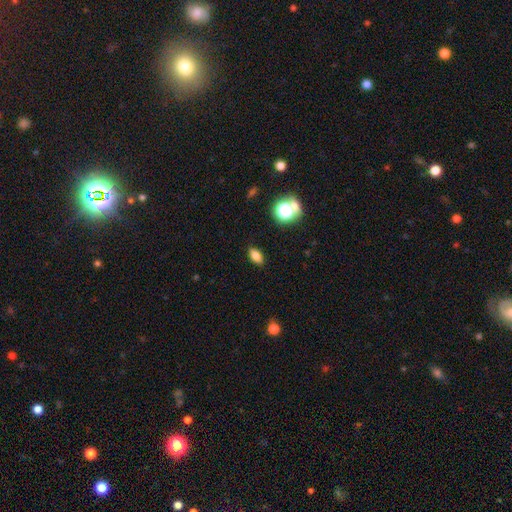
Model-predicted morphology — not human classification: smooth_or_featured: smooth (p=0.78) [alt: star or artifact p=0.13]
how_rounded: in between (p=0.84) [alt: round p=0.09]
merging: none (p=0.88) [alt: minor disturbance p=0.08]